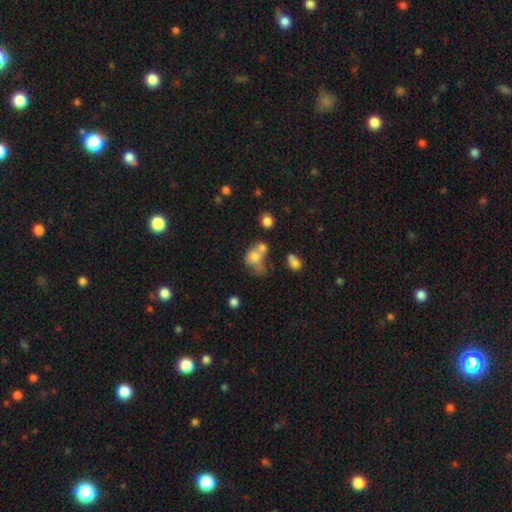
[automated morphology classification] The model was most divided on "how rounded": in between: 58%, round: 40%, cigar-shaped: 1%. Remaining: smooth or featured — smooth (65%); merging — merger (46%).